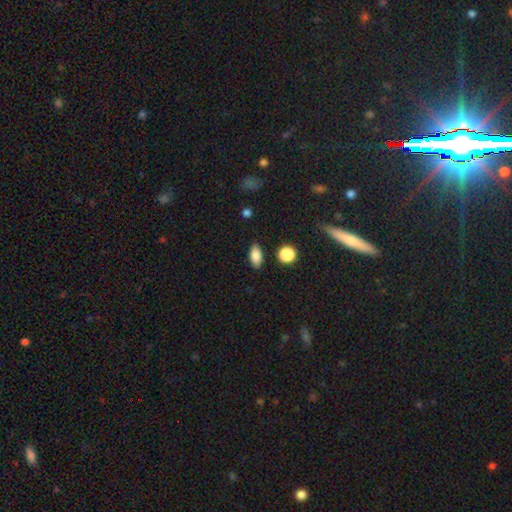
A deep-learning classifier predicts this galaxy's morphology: This appears to be a smooth galaxy with no disk features (84%) that is in between round and cigar-shaped (86%). Merging: none (84%).